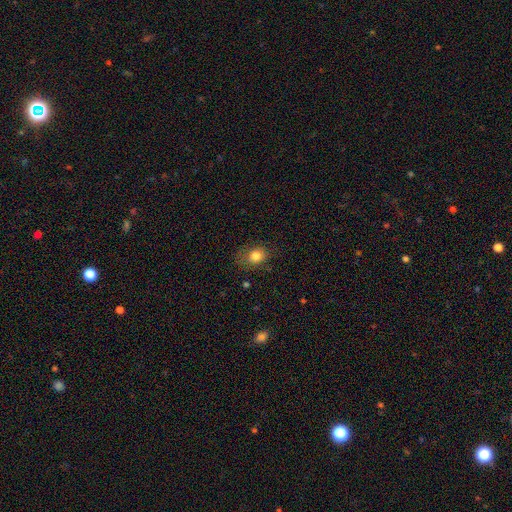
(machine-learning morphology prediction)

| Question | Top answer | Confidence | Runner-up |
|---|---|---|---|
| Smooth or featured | smooth | 80% | star or artifact (11%) |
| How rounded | in between | 53% | round (46%) |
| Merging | none | 70% | minor disturbance (21%) |